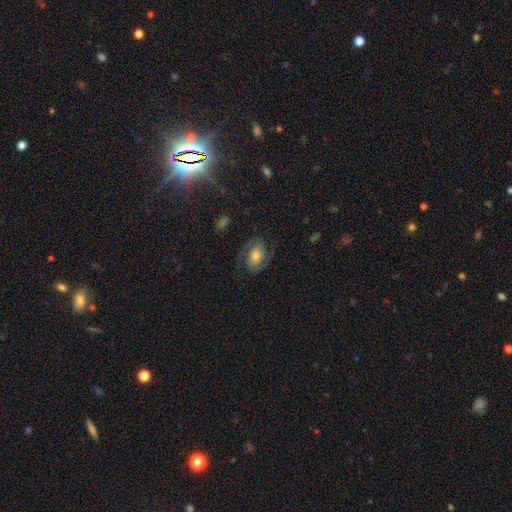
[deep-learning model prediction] Smooth or featured?
  - featured or disk: 67% *
  - smooth: 24%
  - star or artifact: 9%
Edge-on disk?
  - no: 97% *
  - yes: 3%
Bar?
  - no: 69% *
  - weak: 23%
  - strong: 8%
Spiral arms?
  - yes: 91% *
  - no: 9%
Spiral winding?
  - medium: 47% *
  - tight: 33%
  - loose: 20%
Spiral arm count?
  - 2: 89% *
  - can't tell: 5%
  - 1: 2%
  - 3: 1%
  - 4: 1%
  - more than 4: 1%
Bulge size?
  - moderate: 44% *
  - small: 32%
  - large: 16%
  - none: 4%
  - dominant: 4%
Merging?
  - none: 75% *
  - minor disturbance: 14%
  - major disturbance: 9%
  - merger: 1%